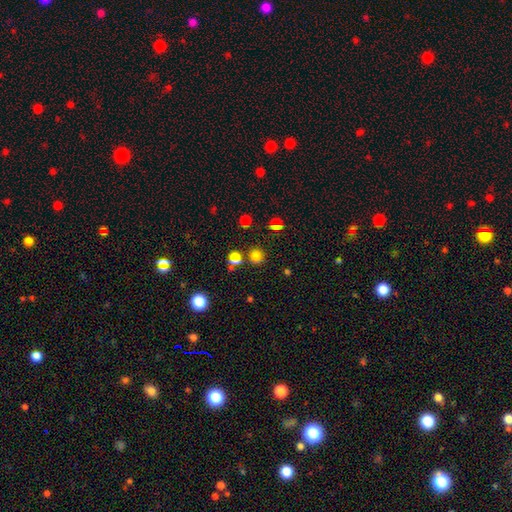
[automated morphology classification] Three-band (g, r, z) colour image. It shows a smooth galaxy with no disk features (62%) that is round (89%). Merging: none (72%).